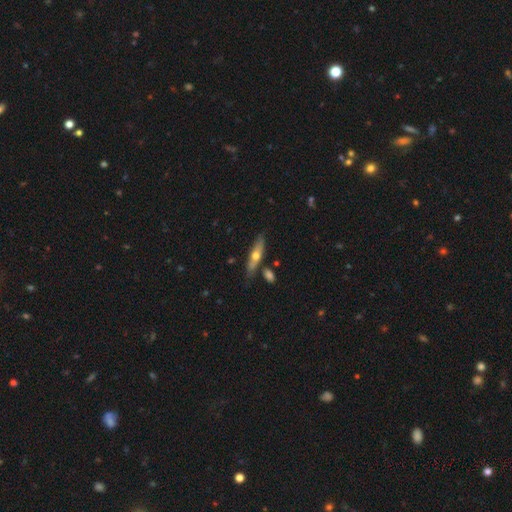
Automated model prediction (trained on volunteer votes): Smooth or featured: featured or disk — 48% (smooth — 46%)
Merging: none — 74% (minor disturbance — 15%)